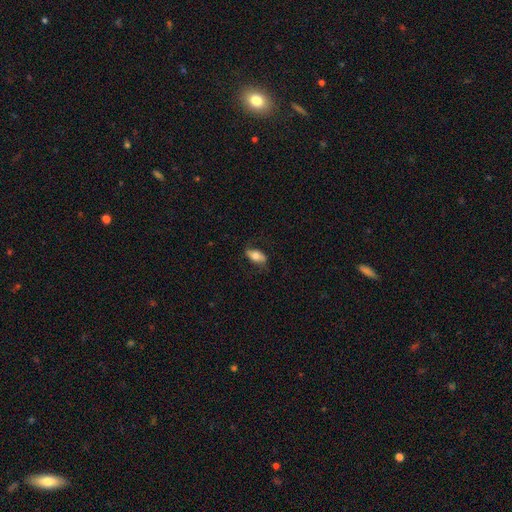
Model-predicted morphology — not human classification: This is likely a smooth galaxy (61%). How rounded: clearly in between (83%). Merging: likely none (72%).